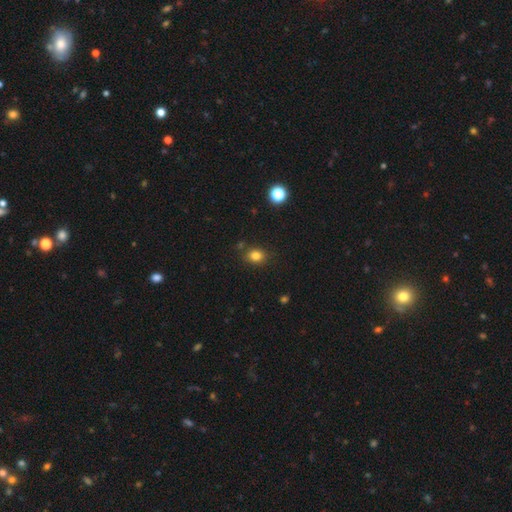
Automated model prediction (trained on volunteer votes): Smooth or featured? smooth (82%)
How rounded? round (53%)
Merging? none (82%)